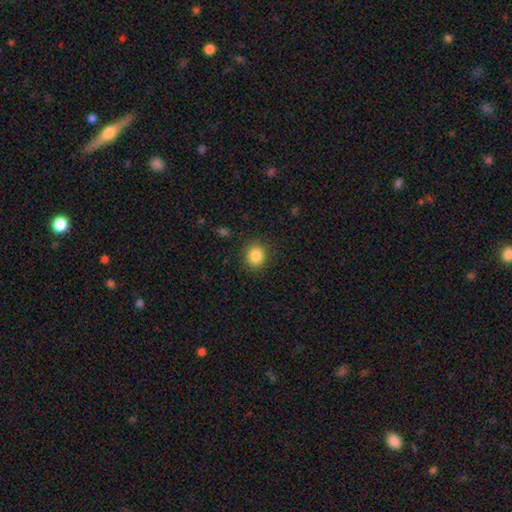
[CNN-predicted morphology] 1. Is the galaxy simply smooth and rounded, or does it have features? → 86% smooth, 10% star or artifact, 5% featured or disk.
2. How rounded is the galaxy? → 78% round, 22% in between, 1% cigar-shaped.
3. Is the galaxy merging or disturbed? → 87% none, 8% minor disturbance, 3% major disturbance, 1% merger.